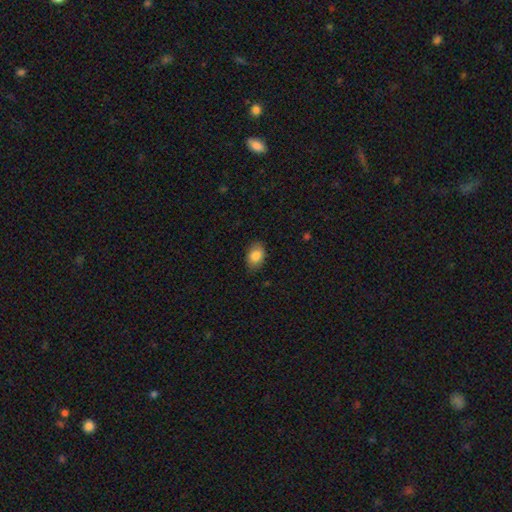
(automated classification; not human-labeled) This is clearly a smooth galaxy (85%). How rounded: clearly in between (85%). Merging: clearly none (85%).